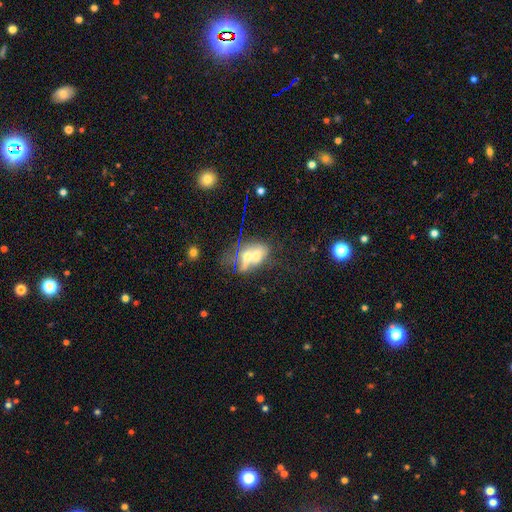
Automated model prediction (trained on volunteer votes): smooth-or-featured: smooth: 51% | featured or disk: 36% | star or artifact: 13%
  how-rounded: in between: 72% | round: 19% | cigar-shaped: 8%
  merging: merger: 64% | none: 18% | major disturbance: 9% | minor disturbance: 8%